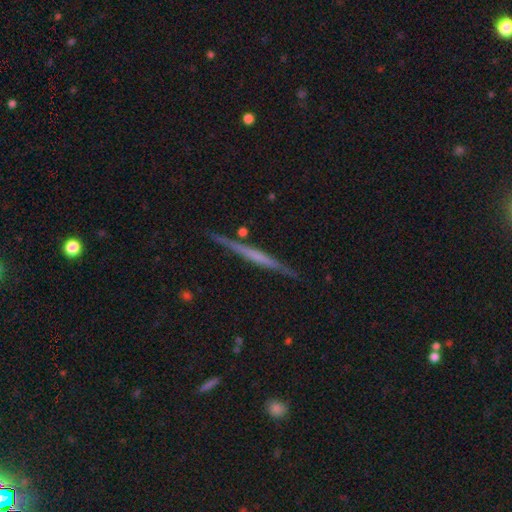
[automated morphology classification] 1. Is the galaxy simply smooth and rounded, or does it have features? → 66% featured or disk, 28% smooth, 6% star or artifact.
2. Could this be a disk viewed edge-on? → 98% yes, 2% no.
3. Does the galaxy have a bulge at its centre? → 70% none, 17% rounded, 14% boxy.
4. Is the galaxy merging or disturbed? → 88% none, 8% minor disturbance, 2% merger, 2% major disturbance.